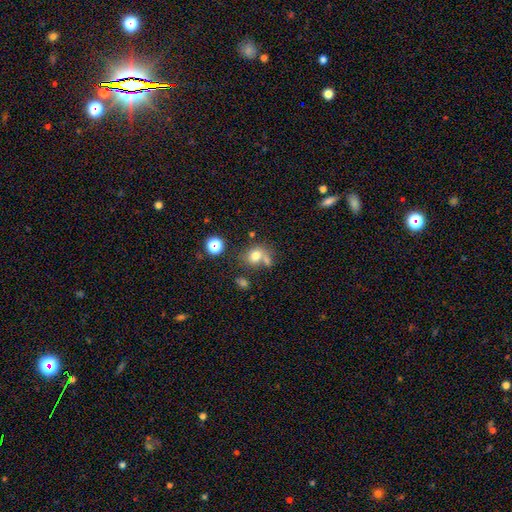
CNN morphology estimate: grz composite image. It shows a smooth galaxy with no disk features (73%) that is round (56%). Merging: none (48%).